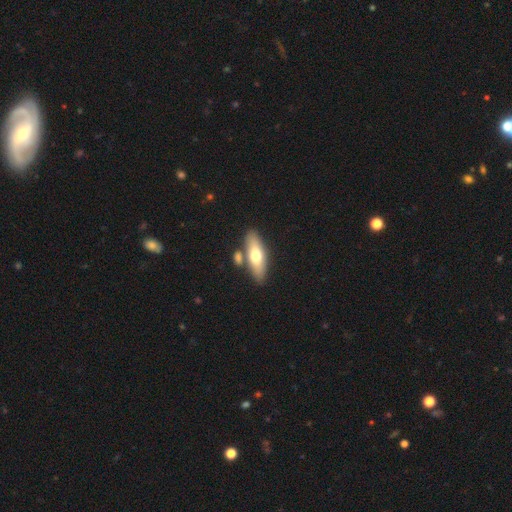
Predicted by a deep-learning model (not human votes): This appears to be a smooth galaxy with no disk features (63%) that is in between round and cigar-shaped (56%). Merging: none (68%).